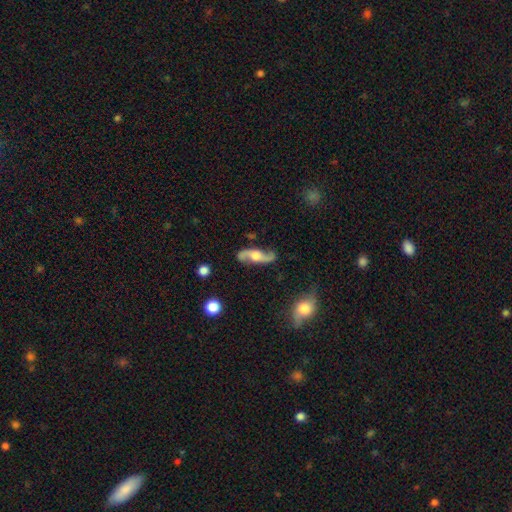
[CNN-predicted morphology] Smooth or featured?
  - featured or disk: 84% *
  - smooth: 11%
  - star or artifact: 5%
Edge-on disk?
  - no: 87% *
  - yes: 13%
Bar?
  - no: 60% *
  - weak: 31%
  - strong: 9%
Spiral arms?
  - yes: 96% *
  - no: 4%
Spiral winding?
  - loose: 75% *
  - medium: 19%
  - tight: 5%
Spiral arm count?
  - 2: 94% *
  - can't tell: 2%
  - 1: 1%
  - 3: 1%
  - 4: 1%
  - more than 4: 1%
Bulge size?
  - moderate: 50% *
  - large: 28%
  - small: 14%
  - none: 6%
  - dominant: 3%
Merging?
  - none: 79% *
  - minor disturbance: 14%
  - major disturbance: 5%
  - merger: 2%